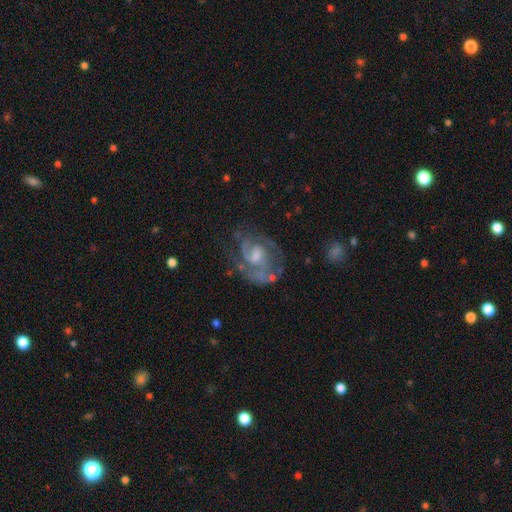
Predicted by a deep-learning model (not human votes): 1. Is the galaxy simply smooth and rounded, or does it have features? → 82% featured or disk, 11% smooth, 7% star or artifact.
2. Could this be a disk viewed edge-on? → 97% no, 3% yes.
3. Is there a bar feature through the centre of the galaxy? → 46% weak, 45% no, 9% strong.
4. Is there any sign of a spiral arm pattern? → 89% yes, 11% no.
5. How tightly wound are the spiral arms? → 46% medium, 40% tight, 14% loose.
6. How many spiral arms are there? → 51% 2, 22% can't tell, 14% 3, 7% 1, 3% 4, 3% more than 4.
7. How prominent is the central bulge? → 47% moderate, 37% small, 10% none, 6% large, 1% dominant.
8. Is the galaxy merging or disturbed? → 58% none, 21% minor disturbance, 18% major disturbance, 4% merger.